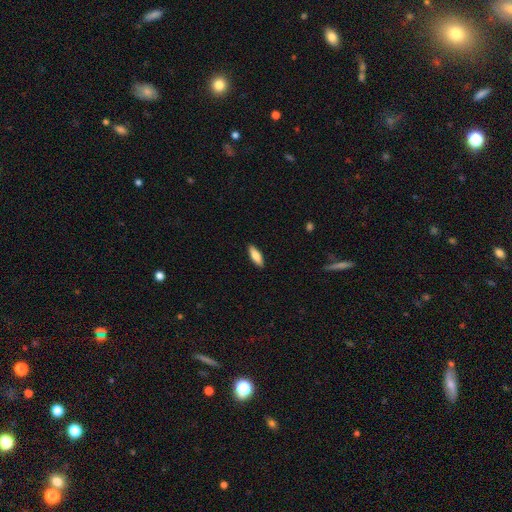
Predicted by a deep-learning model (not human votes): A smooth galaxy with no disk features (79%) that is in between round and cigar-shaped (58%). Merging: none (89%).